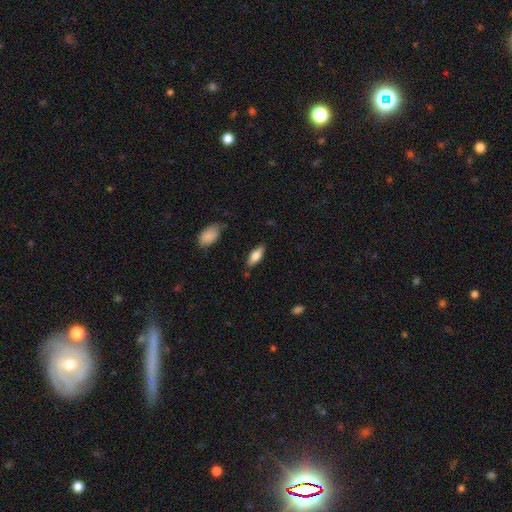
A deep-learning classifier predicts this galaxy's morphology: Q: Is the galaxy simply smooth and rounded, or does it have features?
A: smooth — 73%.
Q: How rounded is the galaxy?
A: in between — 75%.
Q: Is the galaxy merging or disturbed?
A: none — 82%.